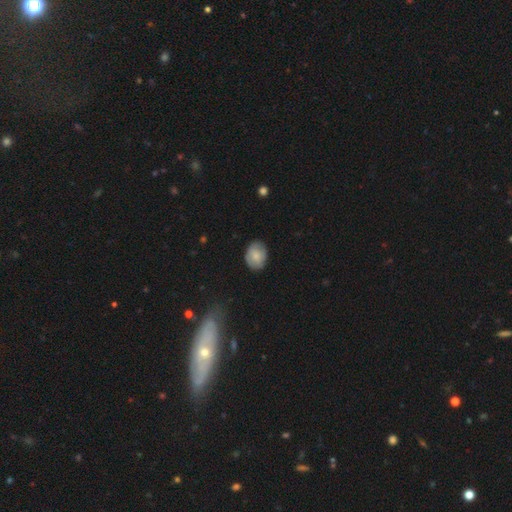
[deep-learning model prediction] A smooth galaxy with no disk features (76%) that is in between round and cigar-shaped (65%). Merging: none (78%).